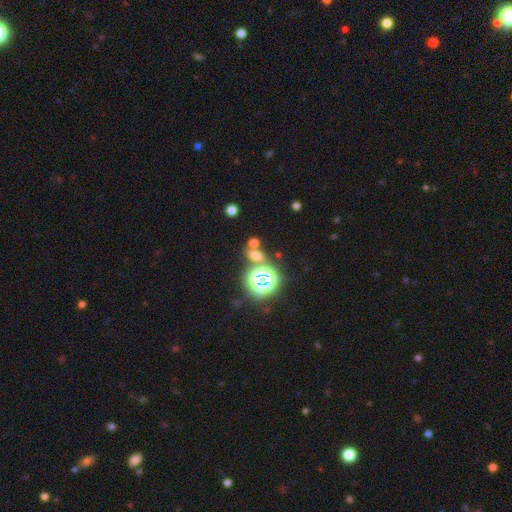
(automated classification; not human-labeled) The model was most divided on "smooth or featured": smooth: 47%, star or artifact: 44%, featured or disk: 9%. More confident: merging — none (62%).